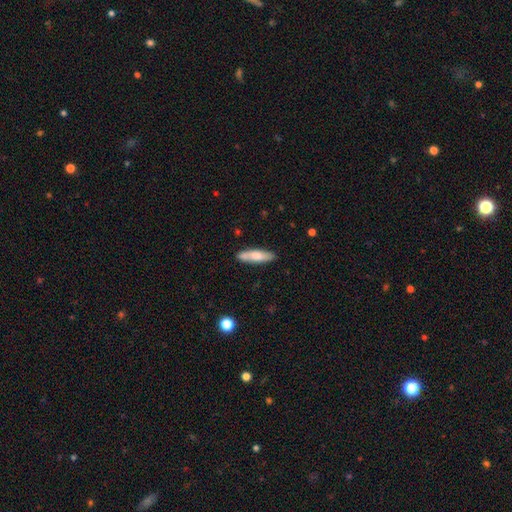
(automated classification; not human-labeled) smooth-or-featured: smooth: 71% | featured or disk: 23% | star or artifact: 6%
  how-rounded: cigar-shaped: 71% | in between: 28% | round: 2%
  merging: none: 82% | minor disturbance: 12% | merger: 3% | major disturbance: 2%